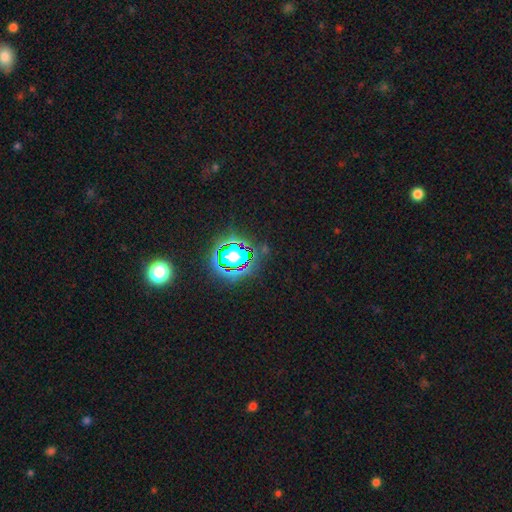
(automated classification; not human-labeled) This appears to be a star or artifact, not a galaxy (81%).